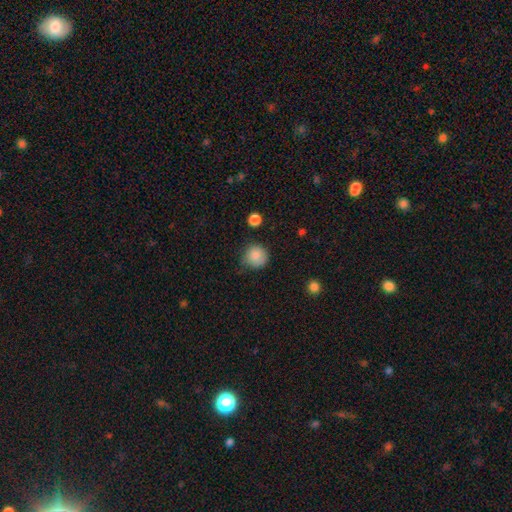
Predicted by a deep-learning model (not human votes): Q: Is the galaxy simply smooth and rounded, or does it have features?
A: smooth — 86%.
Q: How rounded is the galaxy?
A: round — 92%.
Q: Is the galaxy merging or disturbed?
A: none — 72%.